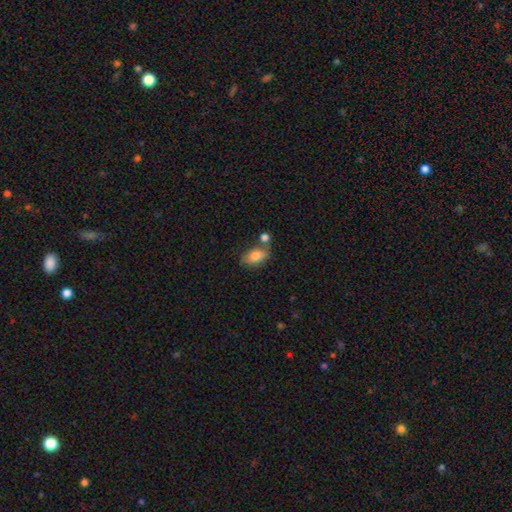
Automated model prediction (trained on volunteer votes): The model was most divided on "merging": none: 59%, merger: 20%, minor disturbance: 16%, major disturbance: 5%. More confident: how rounded — in between (89%); smooth or featured — smooth (80%).